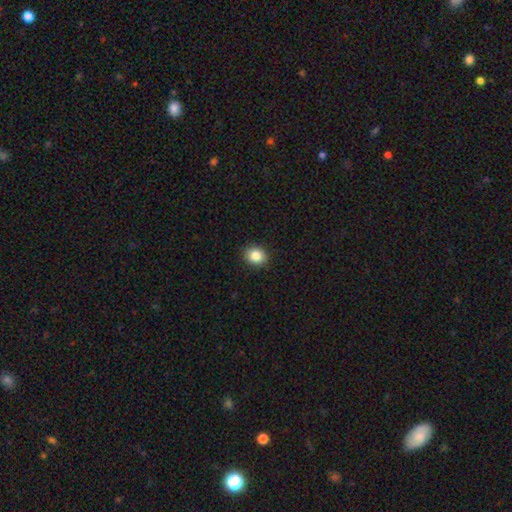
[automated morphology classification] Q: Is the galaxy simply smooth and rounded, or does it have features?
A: smooth — 85%.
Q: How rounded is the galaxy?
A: round — 67%.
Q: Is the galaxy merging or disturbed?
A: none — 91%.